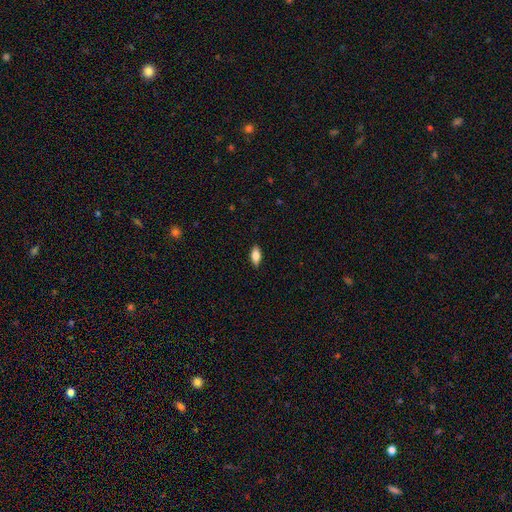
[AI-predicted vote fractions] A smooth galaxy with no disk features (80%) that is in between round and cigar-shaped (86%). Merging: none (88%).